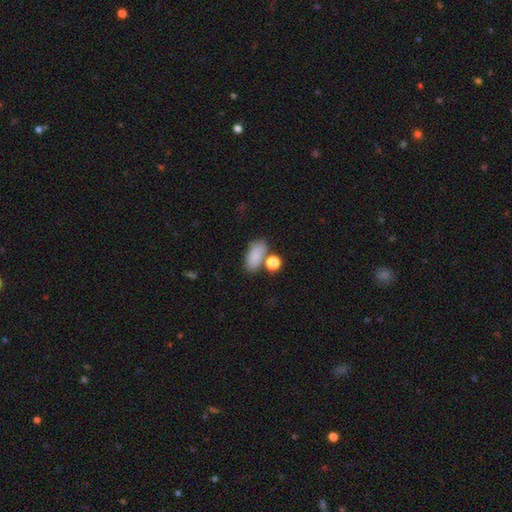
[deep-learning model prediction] smooth 83%, star or artifact 9%, featured or disk 9%. Down the decision tree: how rounded — in between (88%); merging — none (60%).